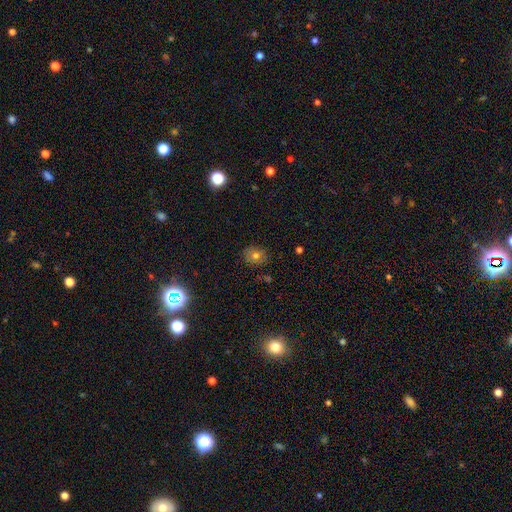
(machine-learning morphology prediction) type=smooth (71%); roundness=round (58%); merging=none (84%).